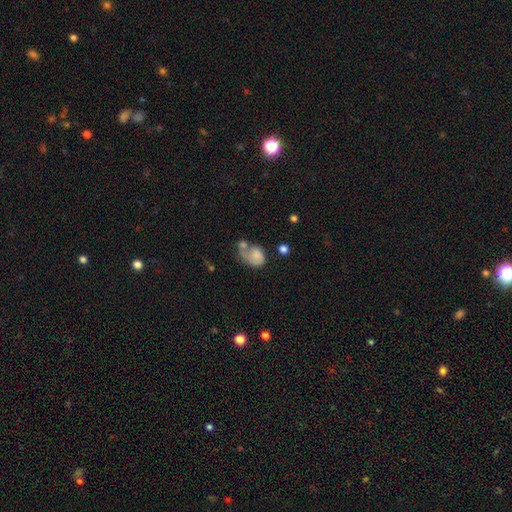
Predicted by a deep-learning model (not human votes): Smooth or featured? Predicted: featured or disk (p=0.47). Merging? Predicted: major disturbance (p=0.33).